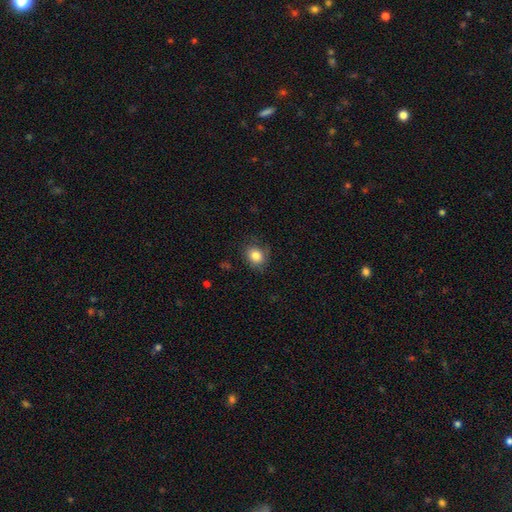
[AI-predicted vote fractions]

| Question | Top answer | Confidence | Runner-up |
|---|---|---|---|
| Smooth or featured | smooth | 83% | star or artifact (9%) |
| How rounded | round | 55% | in between (44%) |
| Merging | none | 74% | minor disturbance (19%) |